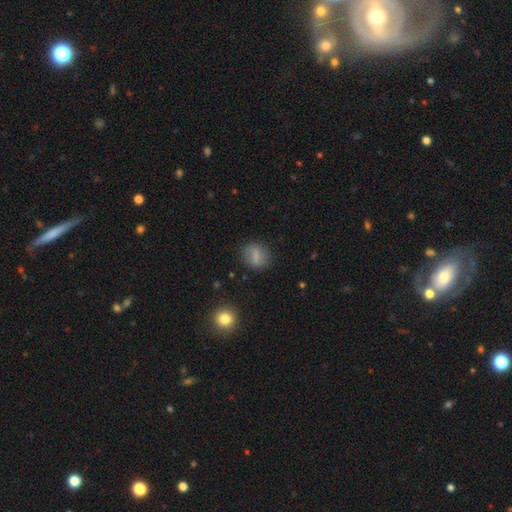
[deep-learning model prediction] A smooth galaxy with no disk features (71%) that is round (57%). Merging: none (79%).